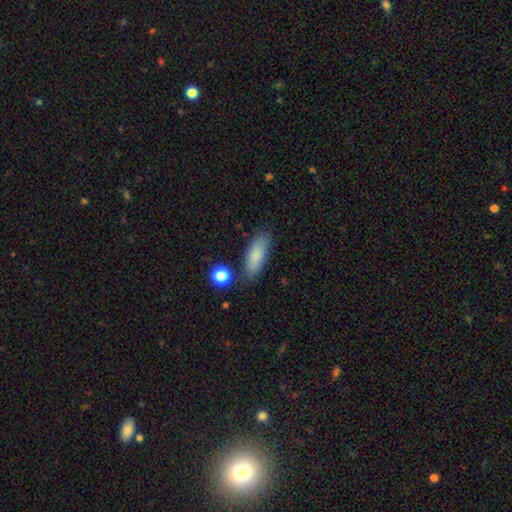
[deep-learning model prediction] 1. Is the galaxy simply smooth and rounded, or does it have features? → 83% smooth, 10% featured or disk, 7% star or artifact.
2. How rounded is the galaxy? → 68% in between, 30% cigar-shaped, 3% round.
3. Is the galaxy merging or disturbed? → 77% none, 15% minor disturbance, 4% merger, 4% major disturbance.